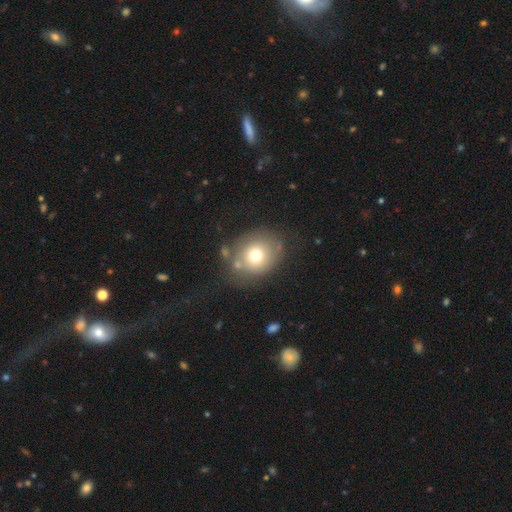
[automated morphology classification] smooth-or-featured: smooth: 69% | featured or disk: 19% | star or artifact: 11%
  how-rounded: round: 71% | in between: 28% | cigar-shaped: 1%
  merging: none: 64% | minor disturbance: 18% | major disturbance: 9% | merger: 9%